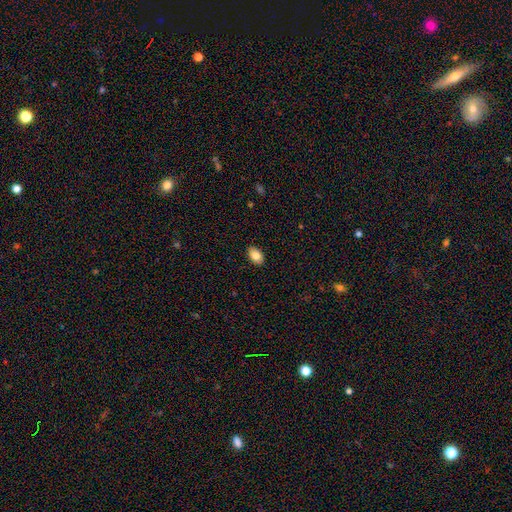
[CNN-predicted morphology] Q: Smooth or featured?
A: smooth (84%); runner-up: featured or disk (9%)
Q: How rounded?
A: in between (88%); runner-up: round (11%)
Q: Merging?
A: none (89%); runner-up: minor disturbance (9%)